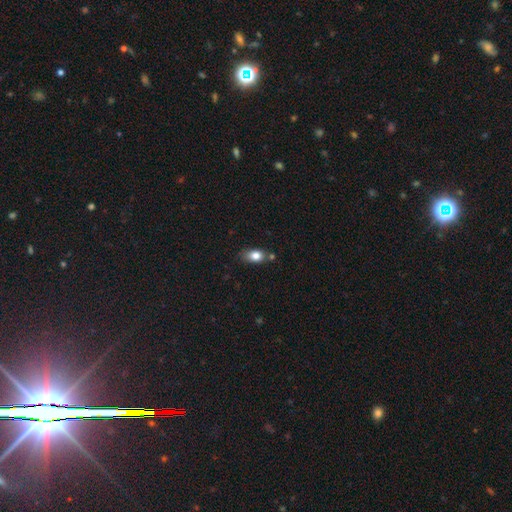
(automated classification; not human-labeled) Smooth or featured?
  - smooth: 82% *
  - featured or disk: 9%
  - star or artifact: 9%
How rounded?
  - in between: 80% *
  - round: 18%
  - cigar-shaped: 3%
Merging?
  - none: 63% *
  - minor disturbance: 21%
  - merger: 10%
  - major disturbance: 5%